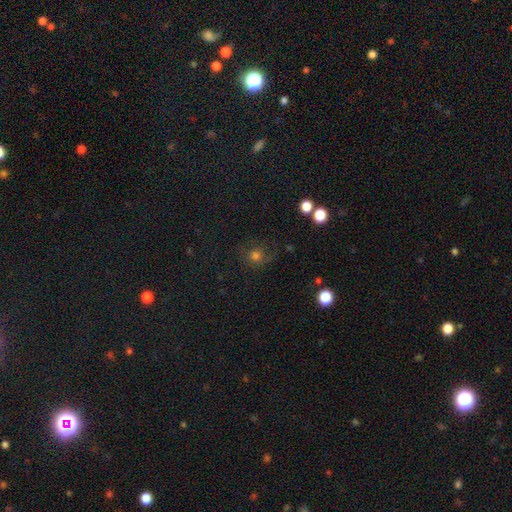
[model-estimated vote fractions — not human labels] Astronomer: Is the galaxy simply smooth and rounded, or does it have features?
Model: smooth — 61%.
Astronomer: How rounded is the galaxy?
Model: round — 87%.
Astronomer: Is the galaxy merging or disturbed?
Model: none — 68%.